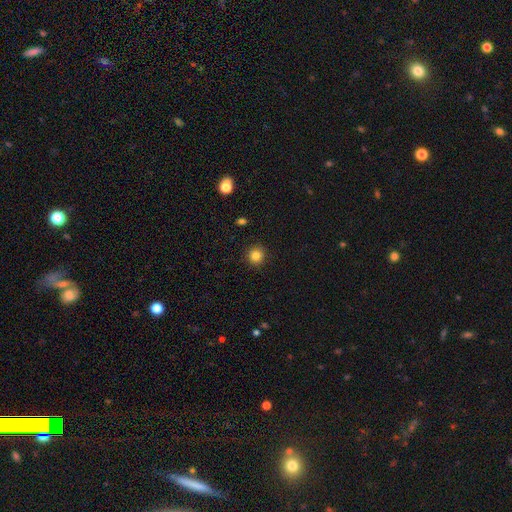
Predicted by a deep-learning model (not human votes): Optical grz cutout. It shows a smooth galaxy with no disk features (84%) that is round (93%). Merging: none (92%).